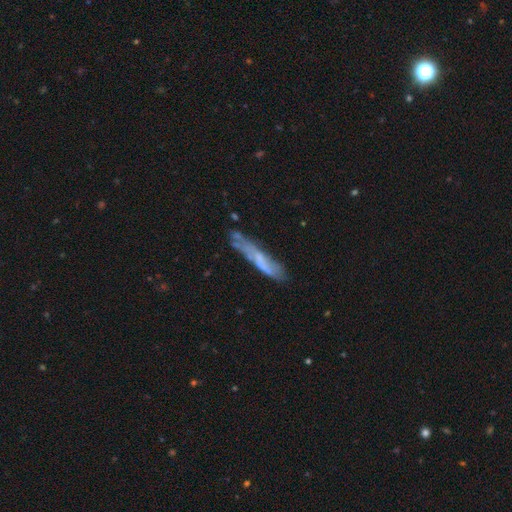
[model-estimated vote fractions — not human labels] smooth-or-featured: featured or disk: 46% | smooth: 42% | star or artifact: 11%
  merging: none: 70% | minor disturbance: 20% | major disturbance: 6% | merger: 3%